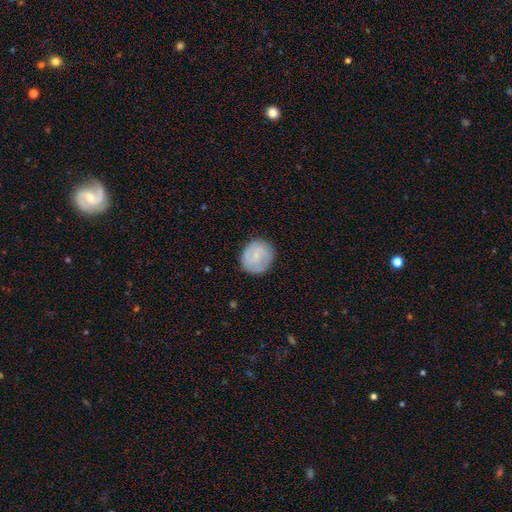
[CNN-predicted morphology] Q: Smooth or featured?
A: smooth (59%); runner-up: featured or disk (35%)
Q: How rounded?
A: round (89%); runner-up: in between (10%)
Q: Merging?
A: none (84%); runner-up: minor disturbance (12%)